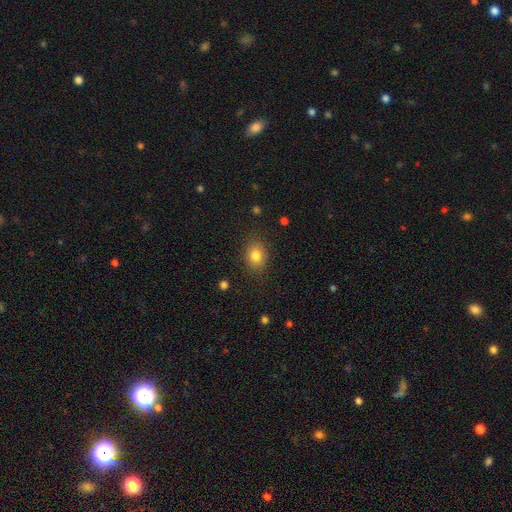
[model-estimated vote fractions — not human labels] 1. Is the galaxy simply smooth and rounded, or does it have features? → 82% smooth, 11% star or artifact, 7% featured or disk.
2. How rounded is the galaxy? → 51% in between, 48% round, 1% cigar-shaped.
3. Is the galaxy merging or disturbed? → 85% none, 11% minor disturbance, 3% major disturbance, 1% merger.